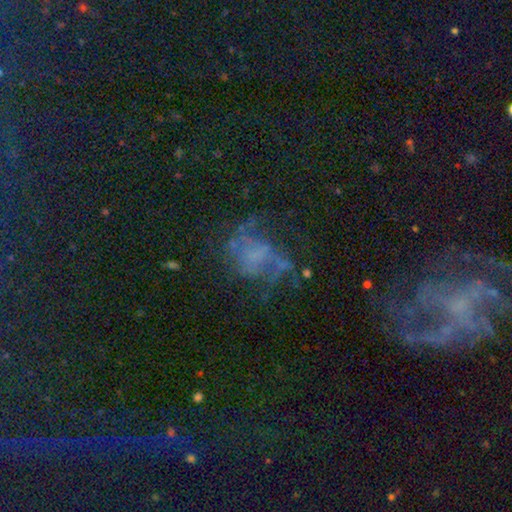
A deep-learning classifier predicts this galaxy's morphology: featured or disk 54%, smooth 23%, star or artifact 23%. Down the decision tree: edge-on disk — no (97%); bar — no (74%); spiral arms — yes (59%); bulge size — none (64%); merging — none (42%).